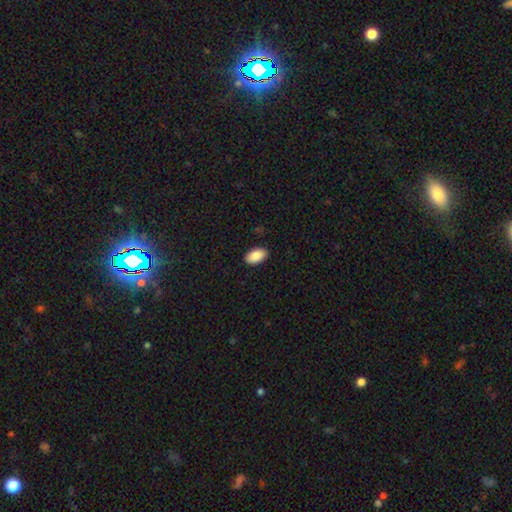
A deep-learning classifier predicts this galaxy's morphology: smooth-or-featured: smooth: 89% | star or artifact: 6% | featured or disk: 5%
  how-rounded: in between: 95% | round: 3% | cigar-shaped: 2%
  merging: none: 90% | minor disturbance: 8% | major disturbance: 2% | merger: 1%